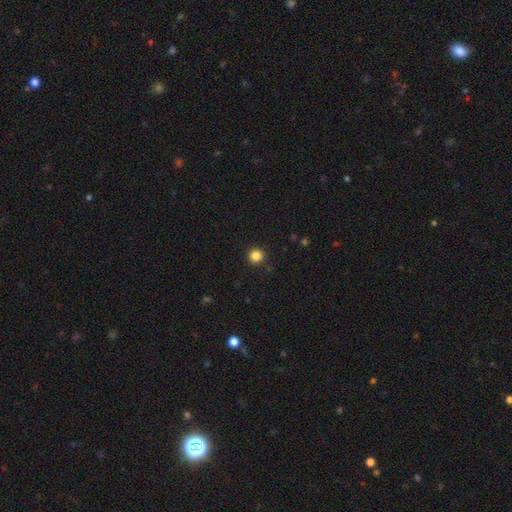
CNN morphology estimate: This appears to be a smooth galaxy with no disk features (85%) that is round (94%). Merging: none (92%).